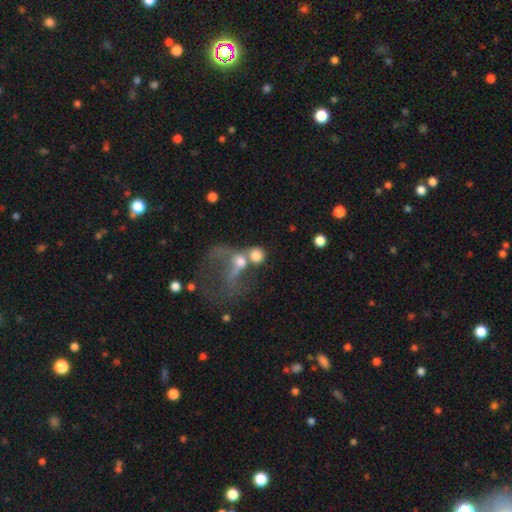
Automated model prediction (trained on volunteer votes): Q: Smooth or featured?
A: smooth (66%); runner-up: featured or disk (21%)
Q: How rounded?
A: round (75%); runner-up: in between (23%)
Q: Merging?
A: merger (55%); runner-up: none (21%)